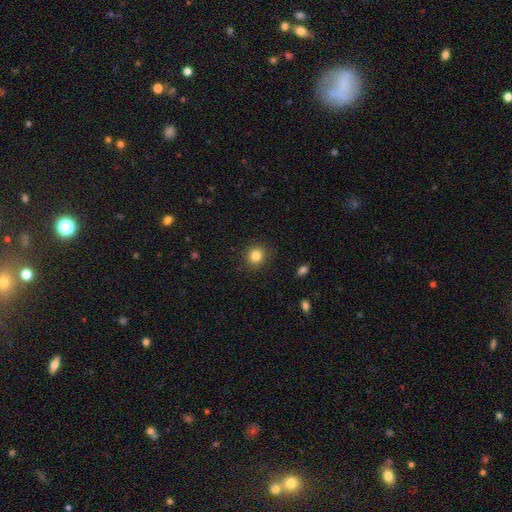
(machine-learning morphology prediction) Smooth or featured? Predicted: smooth (p=0.84). How rounded? Predicted: round (p=0.88). Merging? Predicted: none (p=0.89).